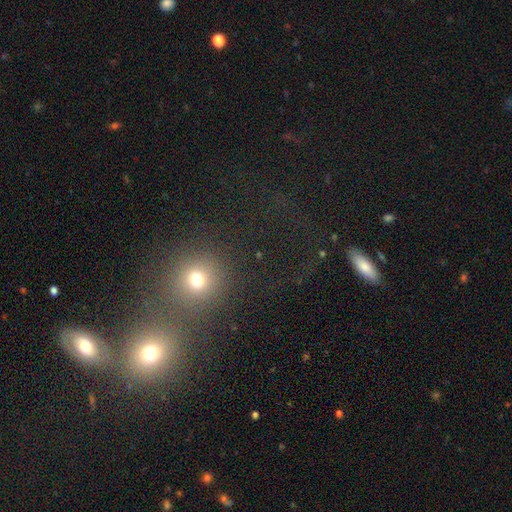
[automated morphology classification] smooth-or-featured: smooth: 53% | star or artifact: 35% | featured or disk: 12%
  how-rounded: round: 82% | in between: 16% | cigar-shaped: 2%
  merging: none: 50% | merger: 32% | minor disturbance: 10% | major disturbance: 9%